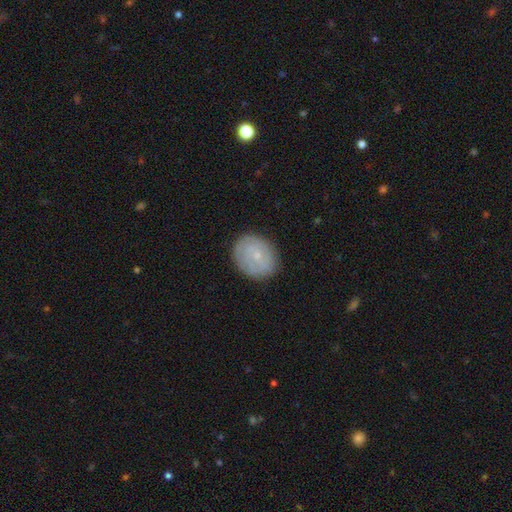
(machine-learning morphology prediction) Overall: smooth (49%; featured or disk 42%). Merging: none (83%).